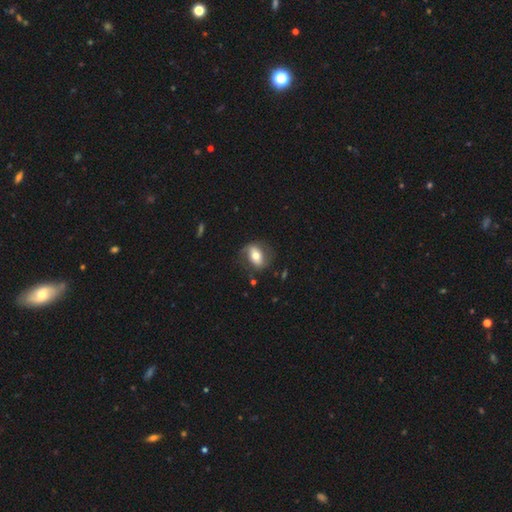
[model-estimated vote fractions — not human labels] Smooth or featured?
  - smooth: 52% *
  - featured or disk: 41%
  - star or artifact: 7%
How rounded?
  - in between: 79% *
  - round: 17%
  - cigar-shaped: 3%
Merging?
  - none: 67% *
  - minor disturbance: 20%
  - major disturbance: 11%
  - merger: 2%